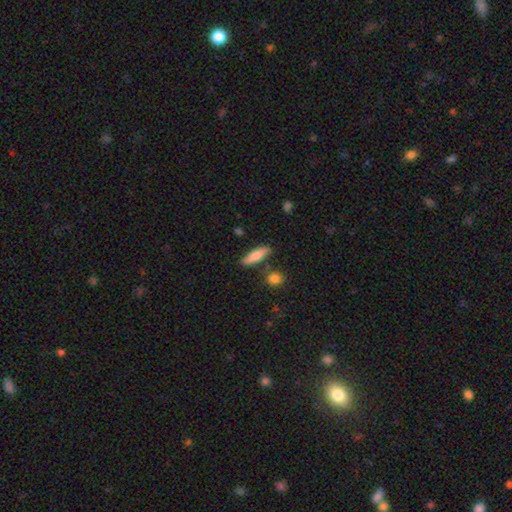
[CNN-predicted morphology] Smooth or featured: smooth — 78% (featured or disk — 16%)
How rounded: cigar-shaped — 62% (in between — 36%)
Merging: none — 81% (minor disturbance — 11%)